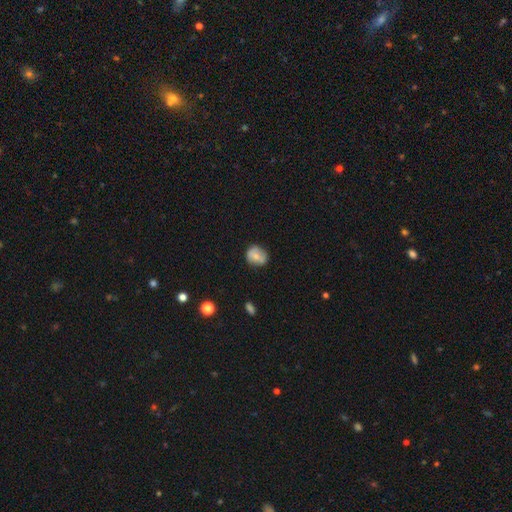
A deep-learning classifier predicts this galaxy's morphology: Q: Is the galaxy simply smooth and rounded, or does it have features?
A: smooth — 64%.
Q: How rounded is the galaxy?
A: round — 65%.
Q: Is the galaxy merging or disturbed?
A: none — 74%.